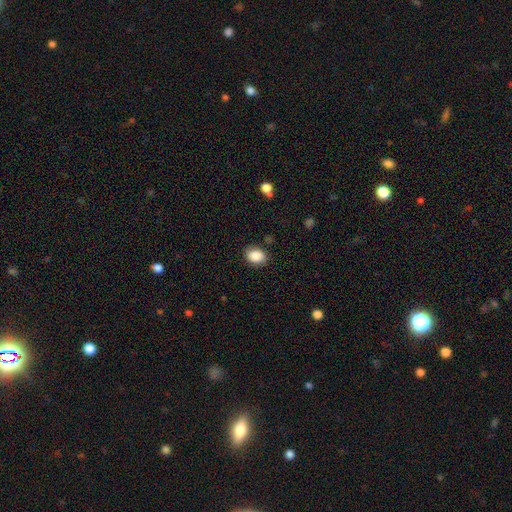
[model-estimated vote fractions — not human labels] A smooth galaxy with no disk features (85%) that is in between round and cigar-shaped (65%).

Vote fractions:
- Smooth or featured? smooth: 85% / star or artifact: 8% / featured or disk: 7%
- How rounded? in between: 65% / round: 34% / cigar-shaped: 1%
- Merging? none: 82% / minor disturbance: 13% / major disturbance: 3% / merger: 1%